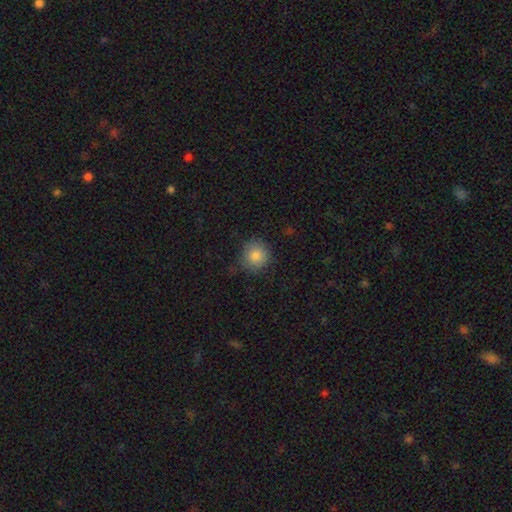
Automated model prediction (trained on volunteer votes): smooth-or-featured: smooth: 84% | star or artifact: 10% | featured or disk: 6%
  how-rounded: round: 91% | in between: 8% | cigar-shaped: 1%
  merging: none: 80% | minor disturbance: 15% | major disturbance: 3% | merger: 1%